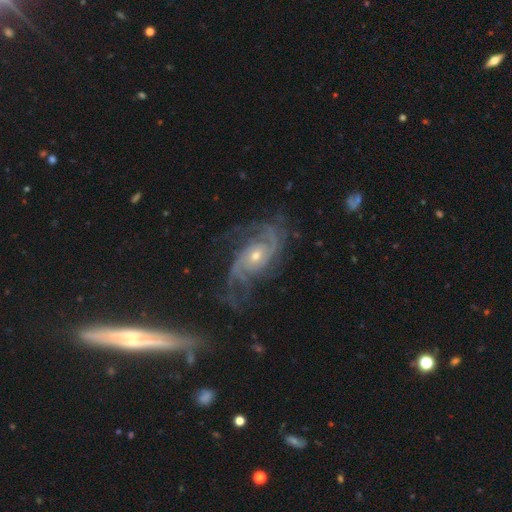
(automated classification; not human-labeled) smooth-or-featured: featured or disk: 89% | star or artifact: 6% | smooth: 5%
  disk-edge-on: no: 96% | yes: 4%
    bar: no: 69% | weak: 24% | strong: 7%
    has-spiral-arms: yes: 97% | no: 3%
      spiral-winding: medium: 43% | tight: 41% | loose: 16%
      spiral-arm-count: 2: 39% | 3: 24% | can't tell: 17% | 4: 9% | 1: 6% | more than 4: 5%
    bulge-size: small: 52% | moderate: 44% | large: 2% | none: 1% | dominant: 1%
  merging: none: 63% | minor disturbance: 19% | major disturbance: 14% | merger: 3%